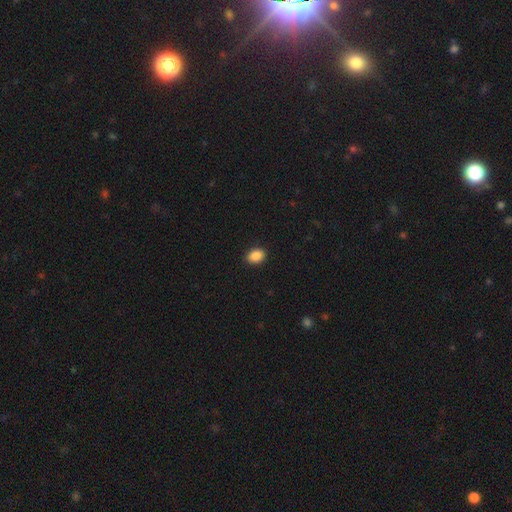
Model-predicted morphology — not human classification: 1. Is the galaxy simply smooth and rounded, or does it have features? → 89% smooth, 8% star or artifact, 3% featured or disk.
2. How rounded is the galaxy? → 72% in between, 27% round, 1% cigar-shaped.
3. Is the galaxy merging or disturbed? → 91% none, 7% minor disturbance, 2% major disturbance, 1% merger.